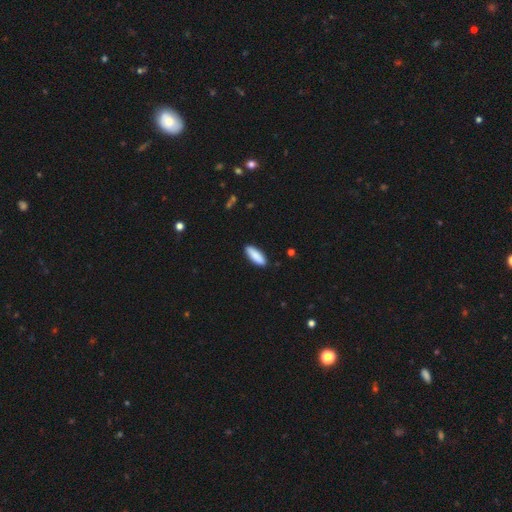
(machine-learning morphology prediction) Smooth or featured? smooth (89%)
How rounded? in between (59%)
Merging? none (90%)